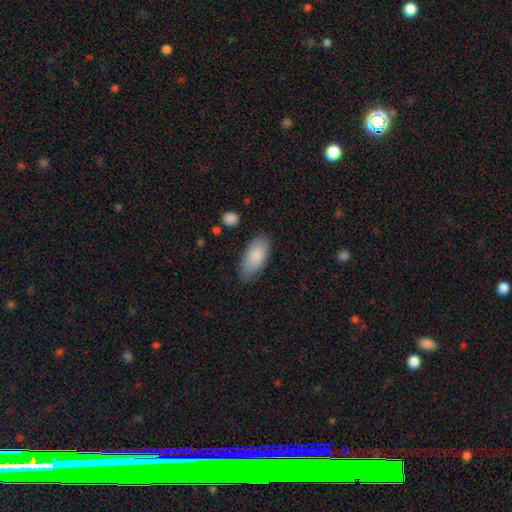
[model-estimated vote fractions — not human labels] Overall: smooth (86%). How rounded: in between (89%). Merging: none (79%).